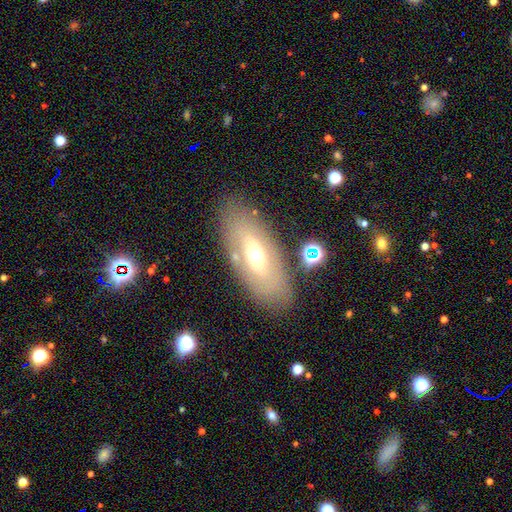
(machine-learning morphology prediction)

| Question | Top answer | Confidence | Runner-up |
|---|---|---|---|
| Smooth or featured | smooth | 46% | featured or disk (45%) |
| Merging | none | 79% | minor disturbance (12%) |